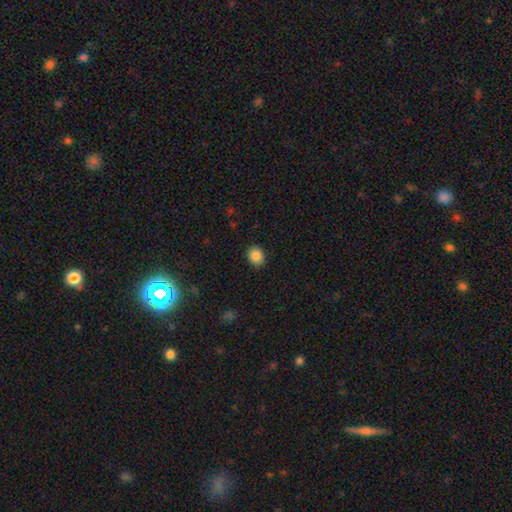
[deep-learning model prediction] This is clearly a smooth galaxy (86%). How rounded: likely round (65%). Merging: clearly none (88%).